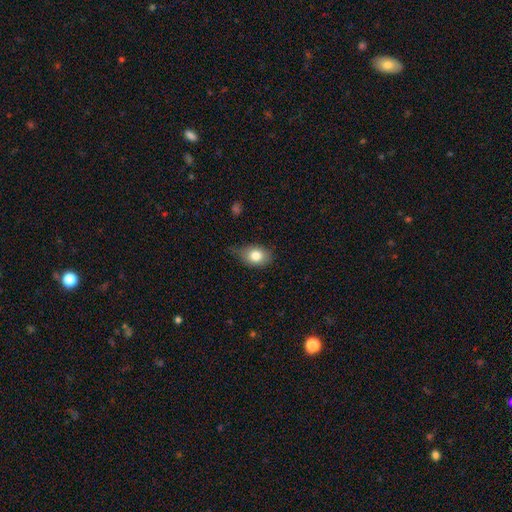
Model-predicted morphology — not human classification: Q: Smooth or featured?
A: smooth (80%); runner-up: featured or disk (11%)
Q: How rounded?
A: in between (72%); runner-up: round (26%)
Q: Merging?
A: none (59%); runner-up: minor disturbance (32%)